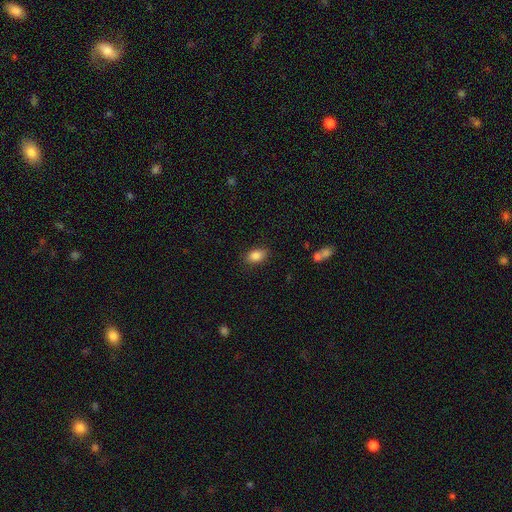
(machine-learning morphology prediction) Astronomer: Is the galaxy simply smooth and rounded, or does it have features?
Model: smooth — 85%.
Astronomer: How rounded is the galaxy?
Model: in between — 85%.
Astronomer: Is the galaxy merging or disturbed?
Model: none — 85%.